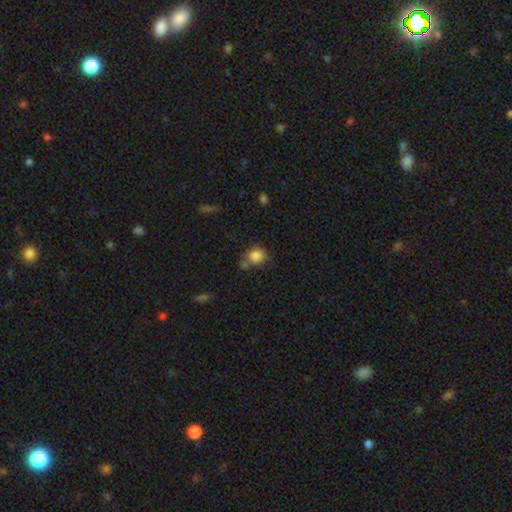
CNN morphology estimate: smooth-or-featured: smooth: 85% | star or artifact: 10% | featured or disk: 6%
  how-rounded: round: 73% | in between: 26% | cigar-shaped: 1%
  merging: none: 59% | minor disturbance: 19% | merger: 16% | major disturbance: 6%